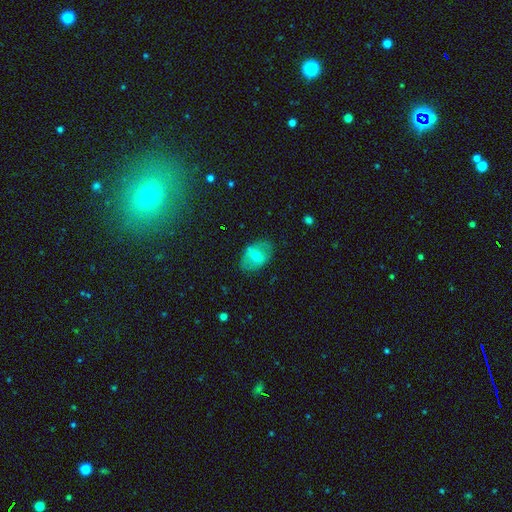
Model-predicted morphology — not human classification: Smooth or featured?
  - featured or disk: 48% *
  - smooth: 44%
  - star or artifact: 8%
Merging?
  - none: 80% *
  - minor disturbance: 14%
  - major disturbance: 4%
  - merger: 1%